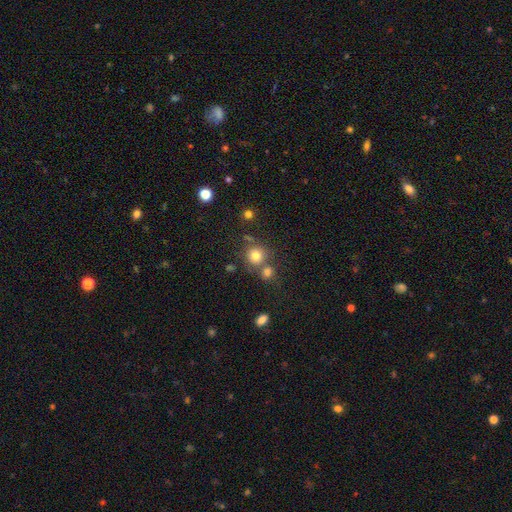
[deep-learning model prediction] Smooth or featured? Predicted: smooth (p=0.78). How rounded? Predicted: round (p=0.90). Merging? Predicted: none (p=0.66).